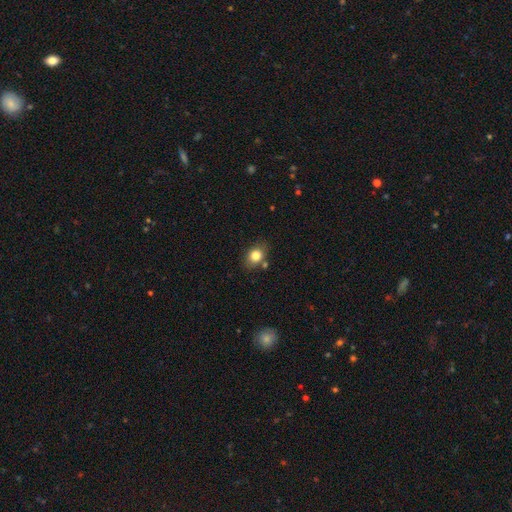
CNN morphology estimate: Smooth or featured? smooth (81%)
How rounded? in between (56%)
Merging? none (73%)